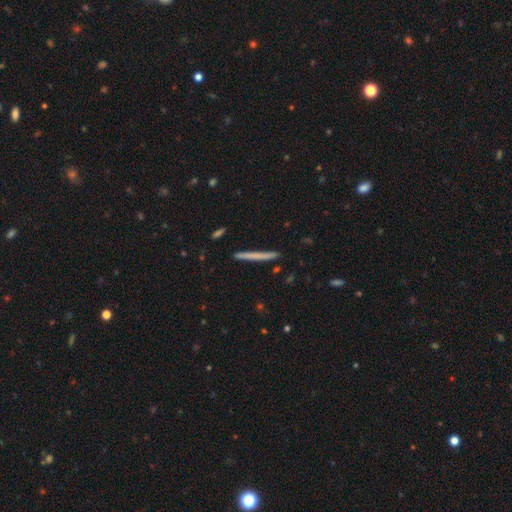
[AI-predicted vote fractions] This appears to be a smooth galaxy with no disk features (63%) that is cigar-shaped (97%). Merging: none (90%).